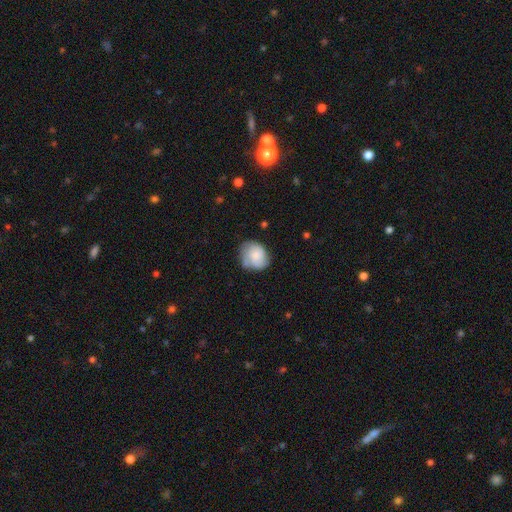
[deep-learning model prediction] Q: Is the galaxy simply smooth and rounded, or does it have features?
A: smooth — 64%.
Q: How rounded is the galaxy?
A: round — 65%.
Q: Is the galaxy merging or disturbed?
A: none — 57%.